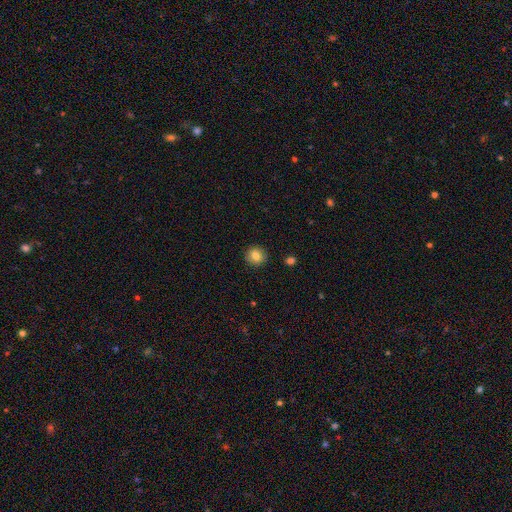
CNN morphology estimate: smooth 83%, star or artifact 10%, featured or disk 8%. Down the decision tree: how rounded — round (90%); merging — none (91%).